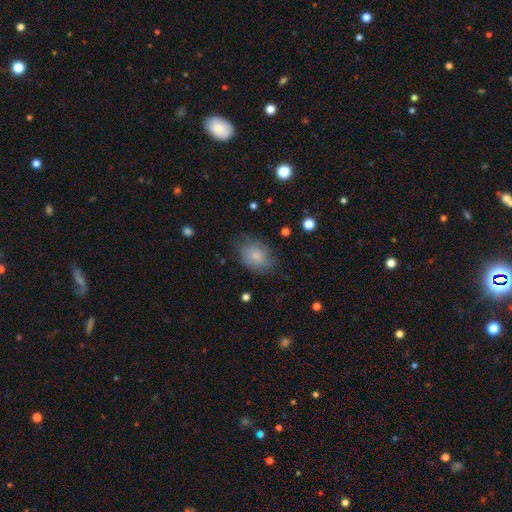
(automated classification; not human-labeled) The model was most divided on "merging": none: 68%, minor disturbance: 23%, major disturbance: 7%, merger: 1%. More confident: smooth or featured — smooth (78%); how rounded — in between (74%).